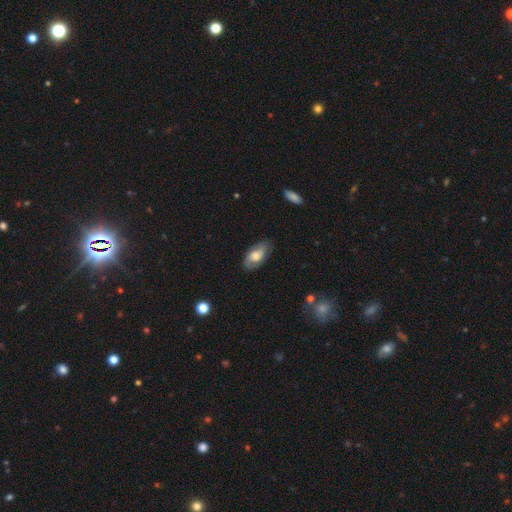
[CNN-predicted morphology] type=smooth (54%); roundness=in between (91%); merging=none (77%).